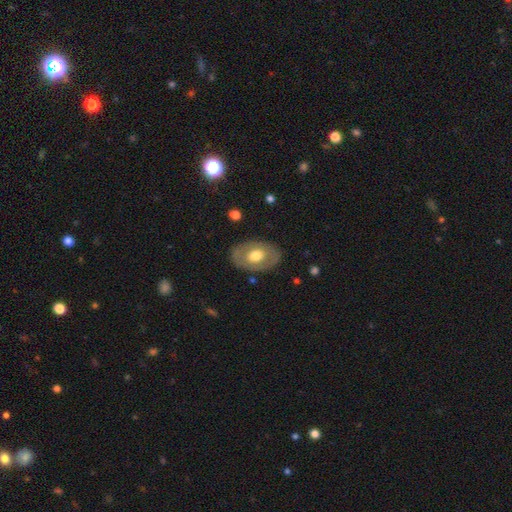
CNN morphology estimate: The model was most divided on "smooth or featured": smooth: 52%, featured or disk: 42%, star or artifact: 6%. More confident: merging — none (82%); how rounded — in between (80%).